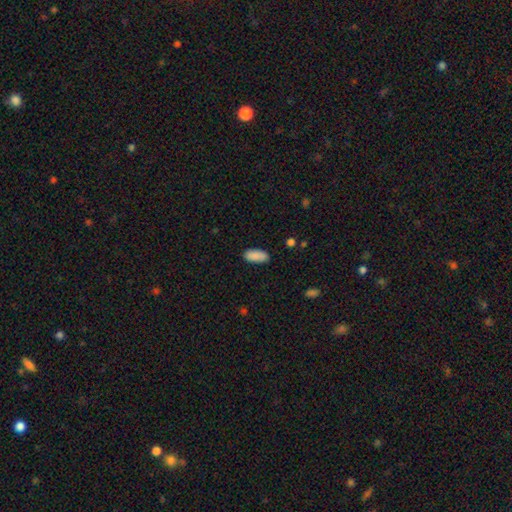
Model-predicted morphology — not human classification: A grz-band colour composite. It shows a smooth galaxy with no disk features (90%) that is in between round and cigar-shaped (87%). Merging: none (86%).